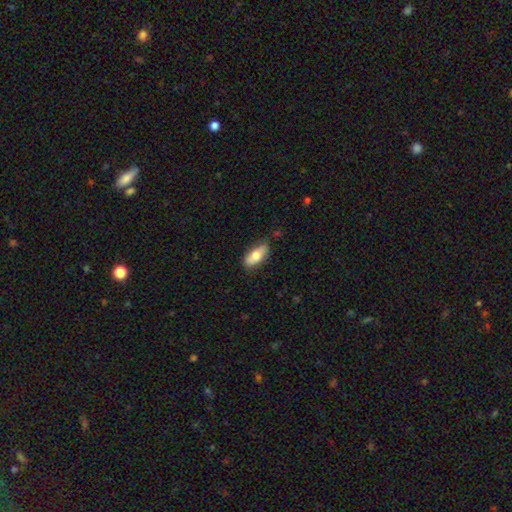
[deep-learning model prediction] This is likely a smooth galaxy (73%). How rounded: clearly in between (82%). Merging: clearly none (80%).